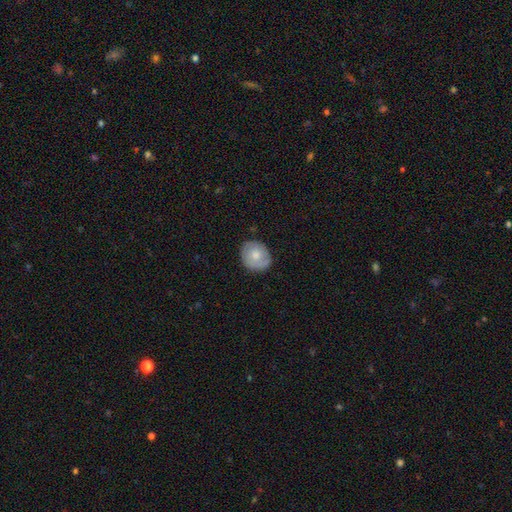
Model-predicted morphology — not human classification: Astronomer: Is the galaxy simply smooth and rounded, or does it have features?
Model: smooth — 60%.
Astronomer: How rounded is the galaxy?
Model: round — 71%.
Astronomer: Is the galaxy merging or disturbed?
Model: none — 79%.